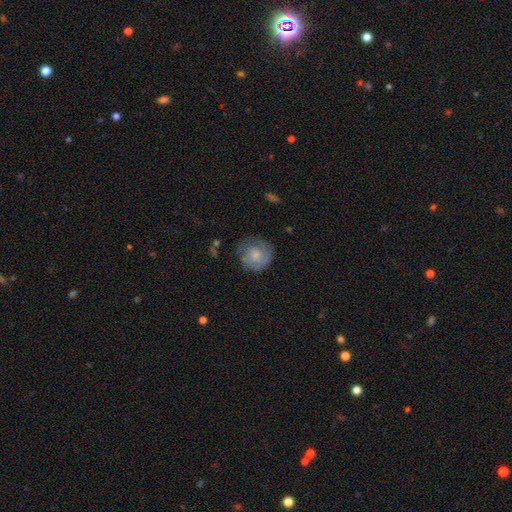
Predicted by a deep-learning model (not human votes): Overall: smooth (50%; featured or disk 43%). Merging: none (68%).